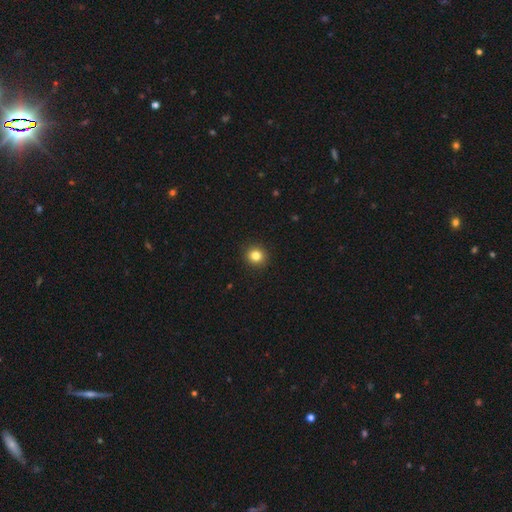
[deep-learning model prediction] This appears to be a smooth galaxy with no disk features (83%) that is round (90%). Merging: none (93%).